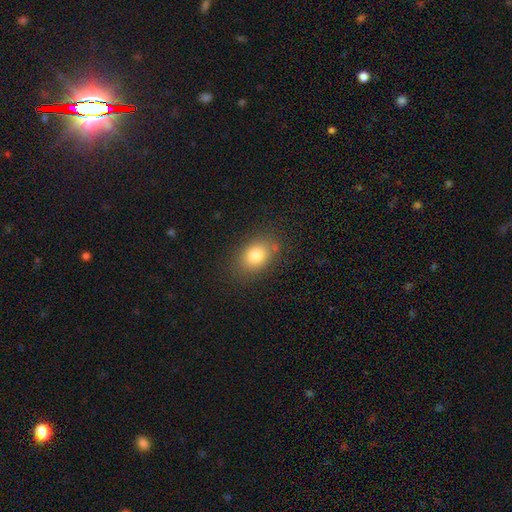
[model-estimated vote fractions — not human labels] A smooth galaxy with no disk features (80%) that is in between round and cigar-shaped (72%). Merging: none (80%).